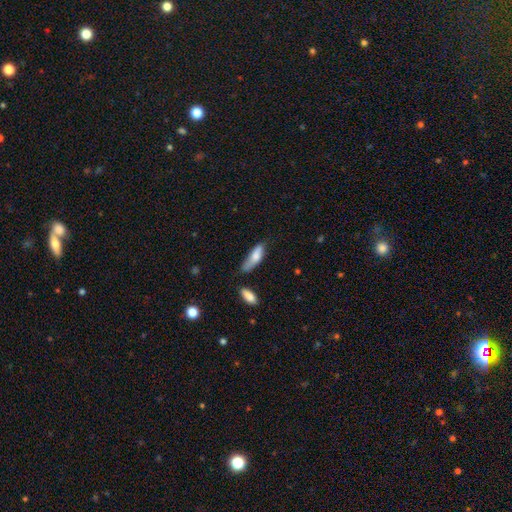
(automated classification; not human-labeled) Smooth or featured: smooth — 76% (featured or disk — 18%)
How rounded: in between — 53% (cigar-shaped — 45%)
Merging: none — 41% (minor disturbance — 36%)